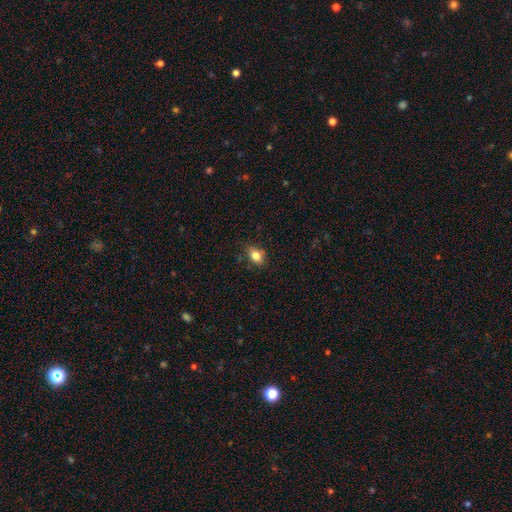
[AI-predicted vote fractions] The model was most divided on "how rounded": in between: 70%, round: 28%, cigar-shaped: 2%. More confident: smooth or featured — smooth (82%); merging — none (79%).